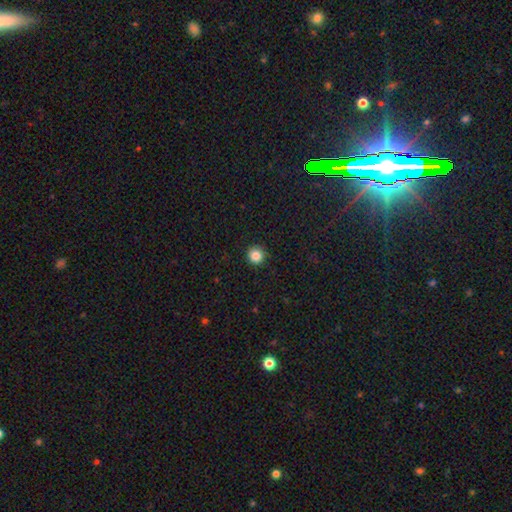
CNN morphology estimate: This is clearly a smooth galaxy (86%). How rounded: clearly round (95%). Merging: clearly none (90%).